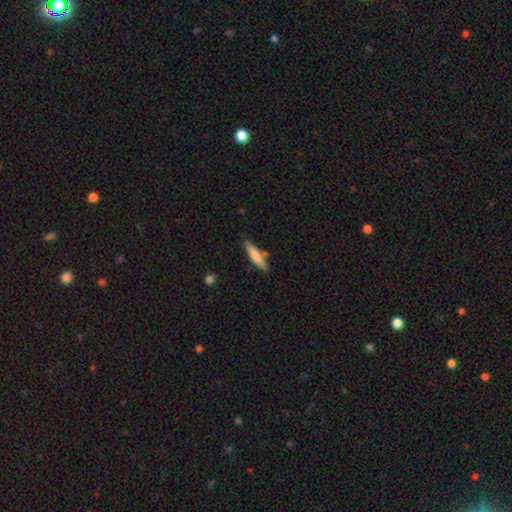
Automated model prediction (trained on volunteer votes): Morphology: type=smooth (70%); roundness=cigar-shaped (83%); merging=none (79%).